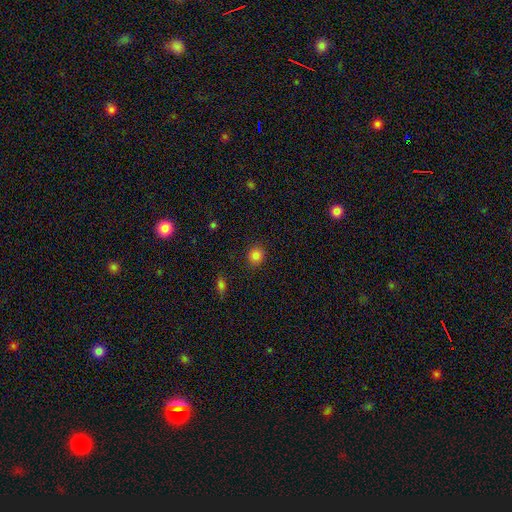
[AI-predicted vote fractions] The model was most divided on "how rounded": round: 82%, in between: 17%, cigar-shaped: 1%. More confident: merging — none (88%); smooth or featured — smooth (82%).